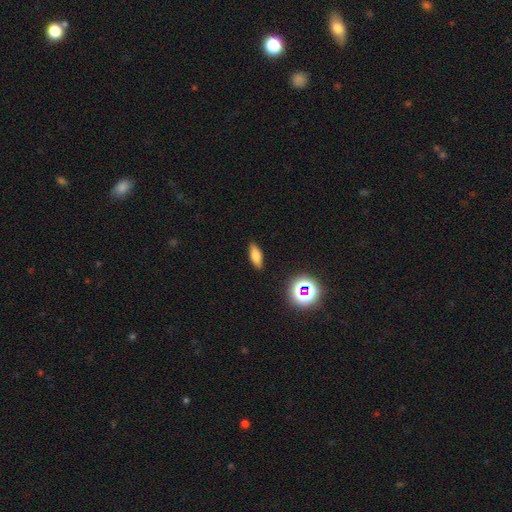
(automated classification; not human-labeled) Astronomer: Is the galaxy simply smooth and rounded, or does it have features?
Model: smooth — 74%.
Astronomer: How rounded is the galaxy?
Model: in between — 70%.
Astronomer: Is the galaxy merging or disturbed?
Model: none — 88%.